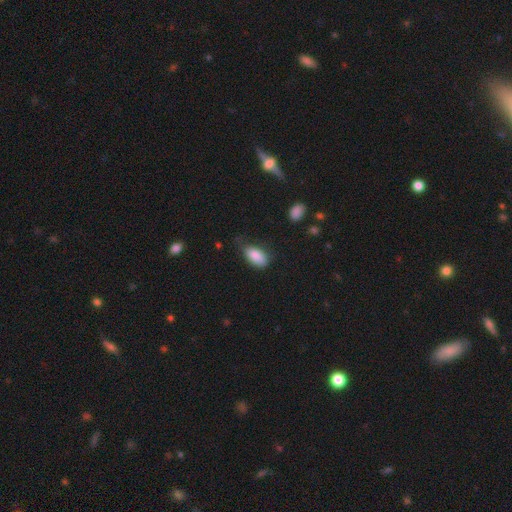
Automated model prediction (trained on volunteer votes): A smooth galaxy with no disk features (85%) that is in between round and cigar-shaped (92%). Merging: none (56%).